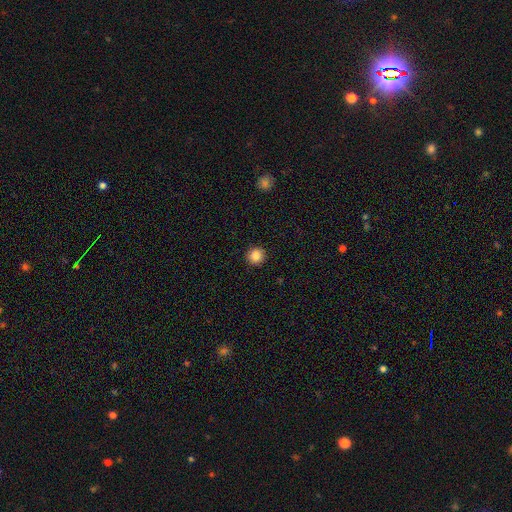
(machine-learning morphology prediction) smooth-or-featured: smooth: 85% | star or artifact: 10% | featured or disk: 5%
  how-rounded: round: 94% | in between: 5% | cigar-shaped: 1%
  merging: none: 93% | minor disturbance: 5% | major disturbance: 2% | merger: 1%